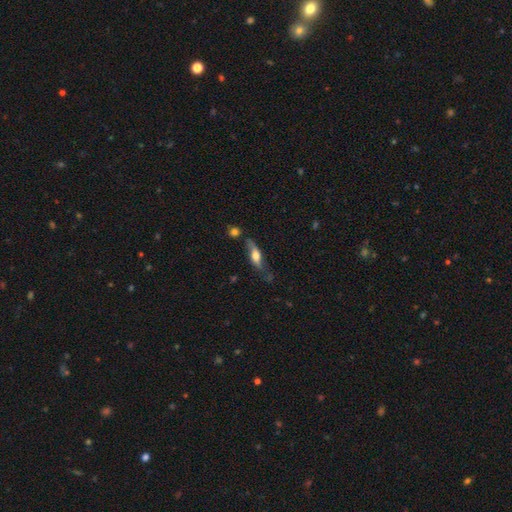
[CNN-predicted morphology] A featured or disk galaxy (51%) viewed edge-on (65%).

Vote fractions:
- Smooth or featured? featured or disk: 51% / smooth: 42% / star or artifact: 7%
- Edge-on disk? yes: 65% / no: 35%
- Merging? none: 57% / minor disturbance: 25% / major disturbance: 11% / merger: 8%